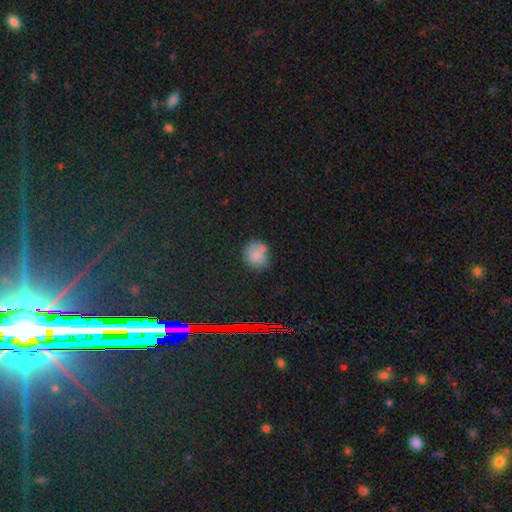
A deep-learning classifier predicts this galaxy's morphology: type=smooth (76%); roundness=round (80%); merging=none (68%).